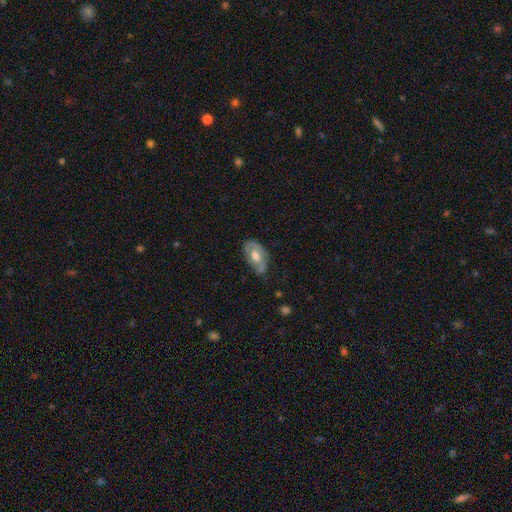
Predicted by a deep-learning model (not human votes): This is possibly a smooth galaxy (47%). Merging: possibly none (51%).